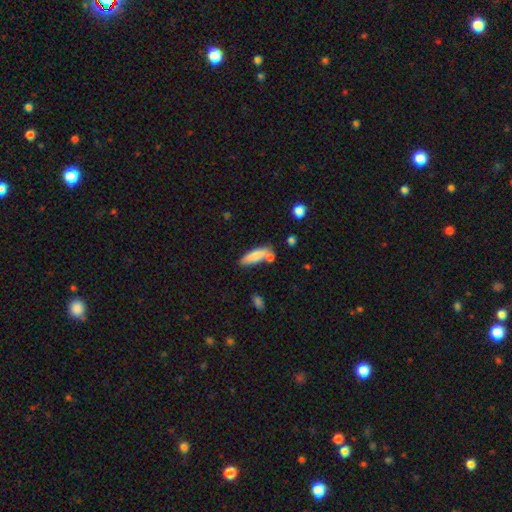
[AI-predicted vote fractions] Smooth or featured? smooth (81%)
How rounded? cigar-shaped (53%)
Merging? none (63%)